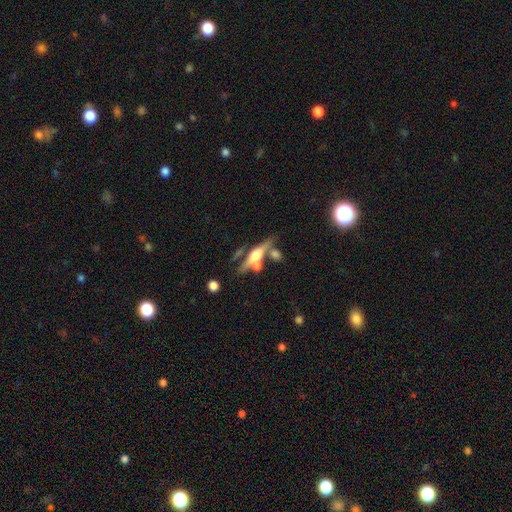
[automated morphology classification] Smooth or featured: featured or disk — 67% (smooth — 25%)
Edge-on disk: yes — 93% (no — 7%)
Edge-on bulge: rounded — 90% (boxy — 6%)
Merging: none — 60% (merger — 23%)